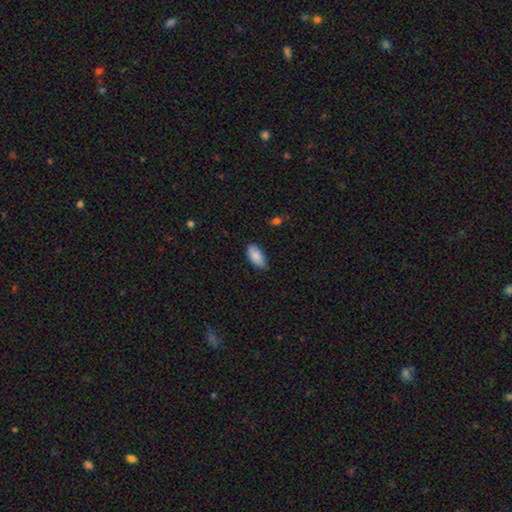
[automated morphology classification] Smooth or featured?
  - smooth: 87% *
  - featured or disk: 7%
  - star or artifact: 6%
How rounded?
  - in between: 93% *
  - cigar-shaped: 5%
  - round: 2%
Merging?
  - none: 72% *
  - minor disturbance: 24%
  - major disturbance: 3%
  - merger: 1%